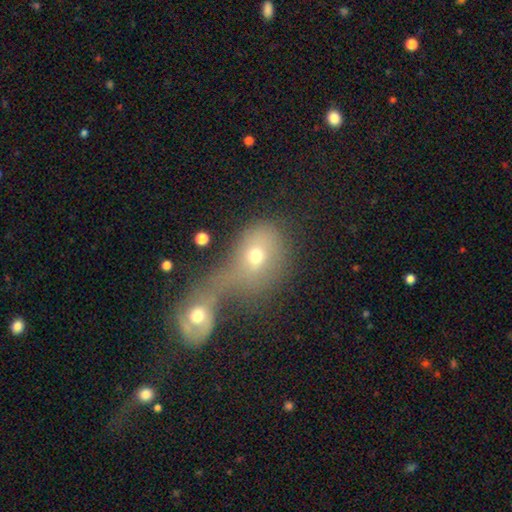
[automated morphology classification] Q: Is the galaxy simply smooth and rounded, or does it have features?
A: smooth — 61%.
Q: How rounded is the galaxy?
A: round — 52%.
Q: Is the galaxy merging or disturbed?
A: merger — 74%.